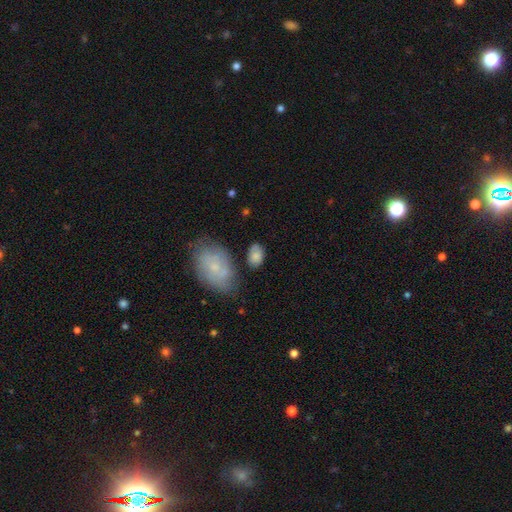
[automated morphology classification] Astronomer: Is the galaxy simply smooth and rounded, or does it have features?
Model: smooth — 80%.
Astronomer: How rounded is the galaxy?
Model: in between — 86%.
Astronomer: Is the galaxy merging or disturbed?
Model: none — 68%.